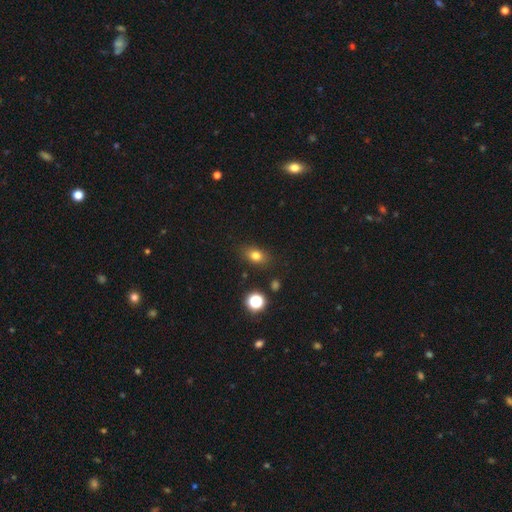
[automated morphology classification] The model was most divided on "how rounded": in between: 69%, round: 29%, cigar-shaped: 2%. More confident: merging — none (83%); smooth or featured — smooth (78%).